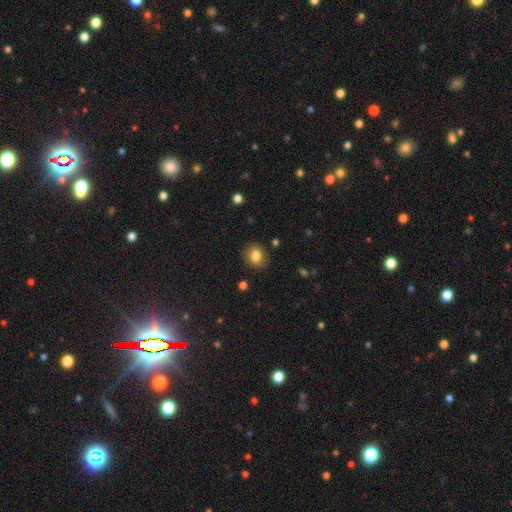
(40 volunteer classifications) Overall: smooth (85%). How rounded: round (94%). Merging: none (92%).